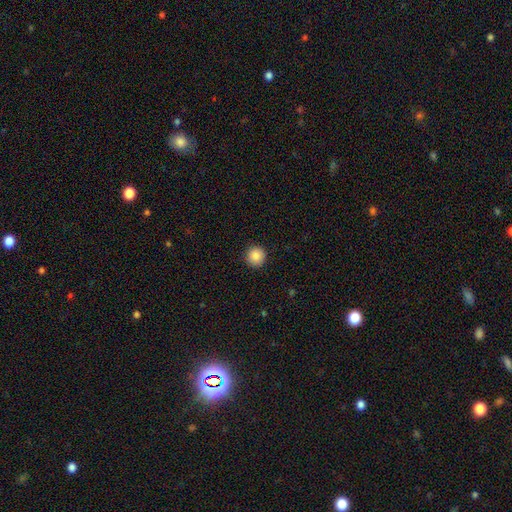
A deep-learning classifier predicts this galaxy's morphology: smooth 88%, star or artifact 9%, featured or disk 3%. Down the decision tree: how rounded — round (95%); merging — none (92%).